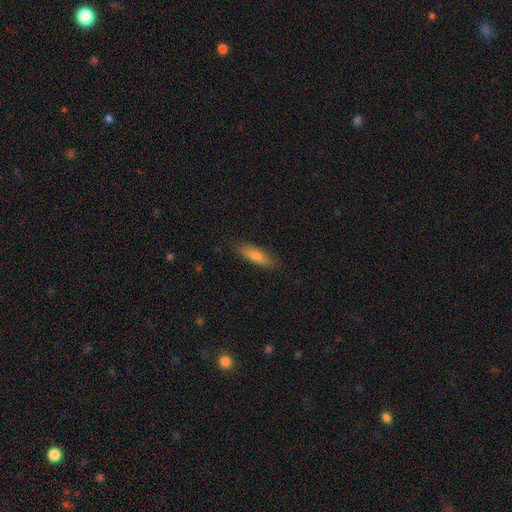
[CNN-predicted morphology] type=smooth (67%); roundness=cigar-shaped (64%); merging=none (86%).